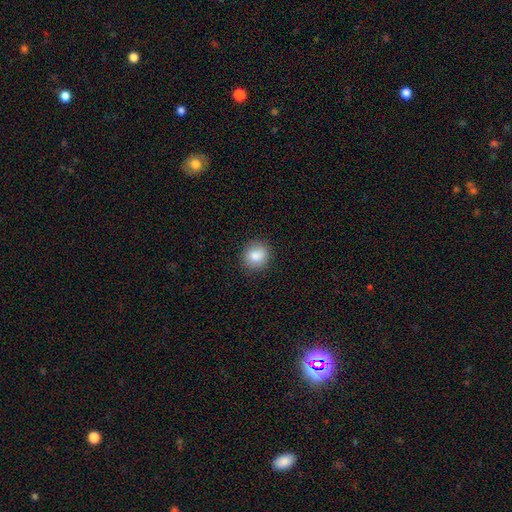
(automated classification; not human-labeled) Smooth or featured?
  - smooth: 85% *
  - star or artifact: 9%
  - featured or disk: 6%
How rounded?
  - round: 86% *
  - in between: 13%
  - cigar-shaped: 1%
Merging?
  - none: 89% *
  - minor disturbance: 8%
  - major disturbance: 2%
  - merger: 1%